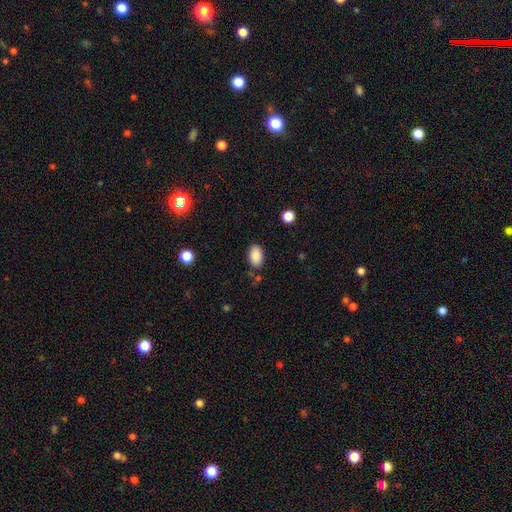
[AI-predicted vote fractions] Smooth or featured? Predicted: smooth (p=0.89). How rounded? Predicted: in between (p=0.91). Merging? Predicted: none (p=0.80).